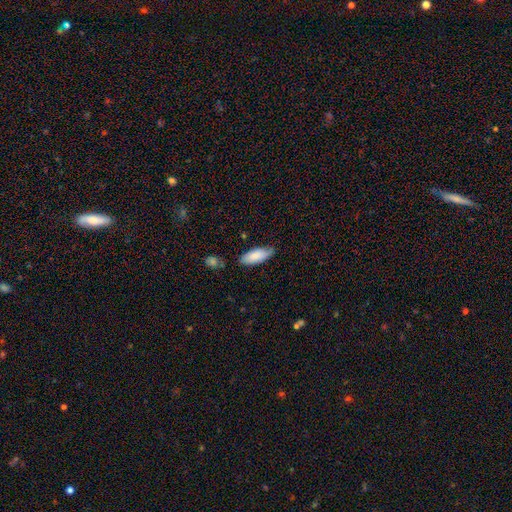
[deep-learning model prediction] A smooth galaxy with no disk features (84%) that is in between round and cigar-shaped (79%). Merging: none (72%).